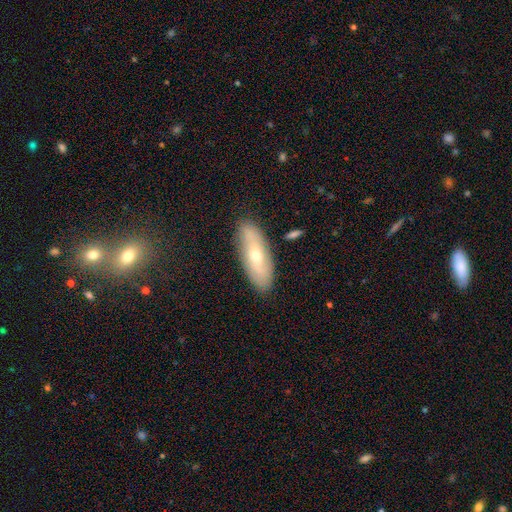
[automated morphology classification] The model was most divided on "smooth or featured" (2-way tie): smooth: 46%, featured or disk: 46%, star or artifact: 7%. More confident: merging — none (84%).